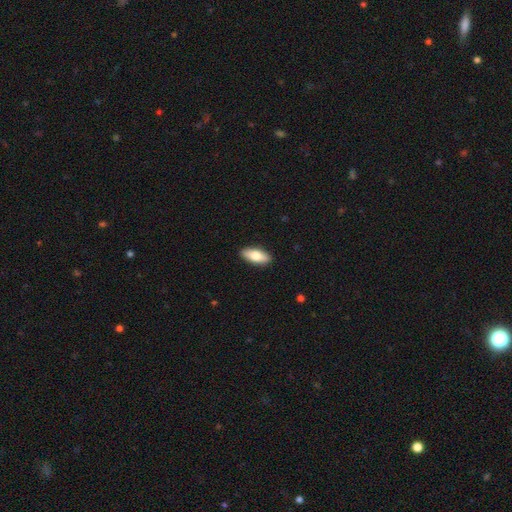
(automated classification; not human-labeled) The model was most divided on "smooth or featured": smooth: 76%, featured or disk: 18%, star or artifact: 6%. More confident: merging — none (90%); how rounded — in between (80%).